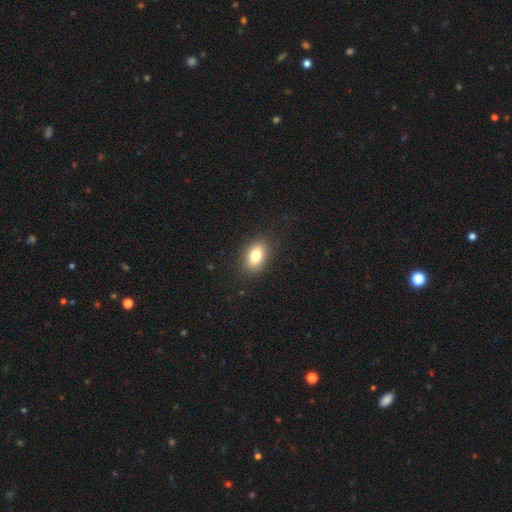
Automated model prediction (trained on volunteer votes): This appears to be a smooth galaxy with no disk features (79%) that is in between round and cigar-shaped (83%). Merging: none (87%).